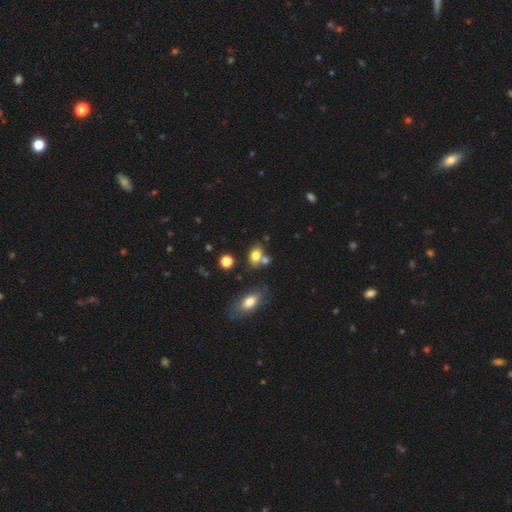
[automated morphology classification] type=smooth (79%); roundness=in between (70%); merging=none (55%).